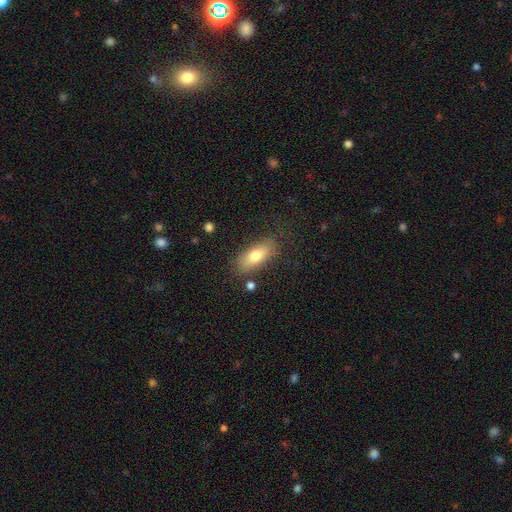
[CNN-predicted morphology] smooth_or_featured: smooth (p=0.75) [alt: featured or disk p=0.18]
how_rounded: in between (p=0.79) [alt: cigar-shaped p=0.18]
merging: none (p=0.79) [alt: minor disturbance p=0.14]